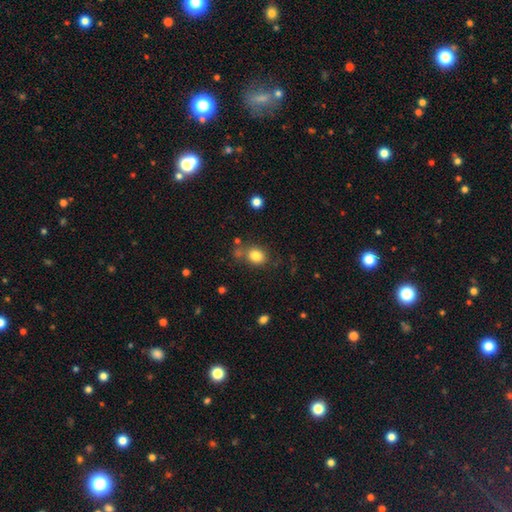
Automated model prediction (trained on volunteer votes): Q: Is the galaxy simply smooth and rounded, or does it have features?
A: smooth — 82%.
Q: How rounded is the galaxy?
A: round — 62%.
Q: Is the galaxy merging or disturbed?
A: none — 70%.